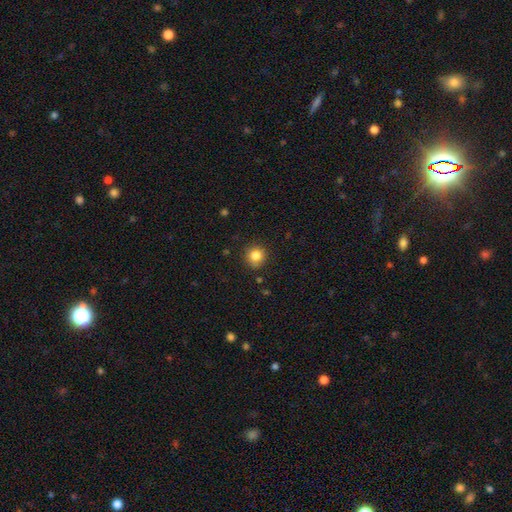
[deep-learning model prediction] smooth-or-featured: smooth: 83% | star or artifact: 11% | featured or disk: 6%
  how-rounded: round: 90% | in between: 9% | cigar-shaped: 1%
  merging: none: 85% | minor disturbance: 11% | major disturbance: 2% | merger: 2%